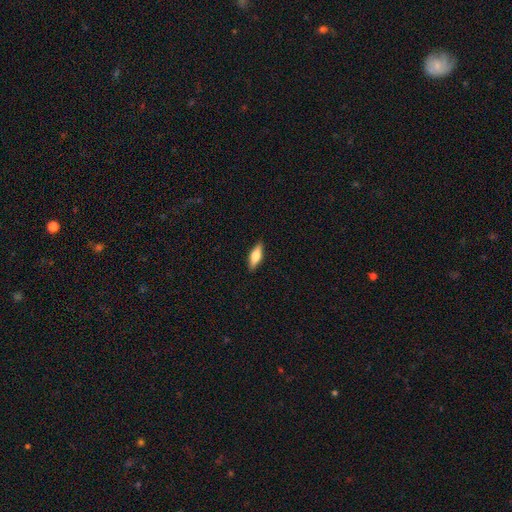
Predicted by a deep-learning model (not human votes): Morphology: type=smooth (63%); roundness=in between (62%); merging=none (88%).